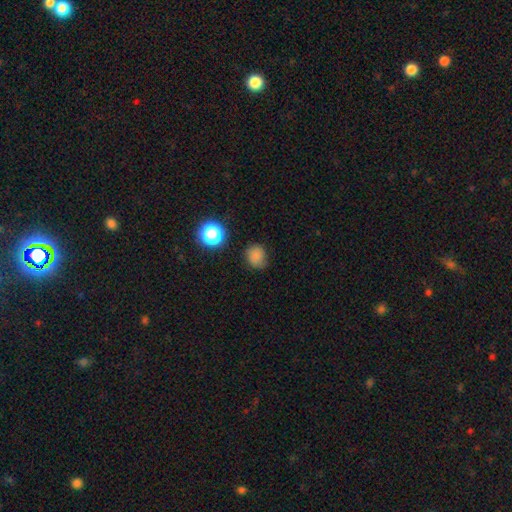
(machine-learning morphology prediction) Q: Smooth or featured?
A: smooth (79%); runner-up: star or artifact (16%)
Q: How rounded?
A: round (77%); runner-up: in between (22%)
Q: Merging?
A: none (77%); runner-up: minor disturbance (17%)